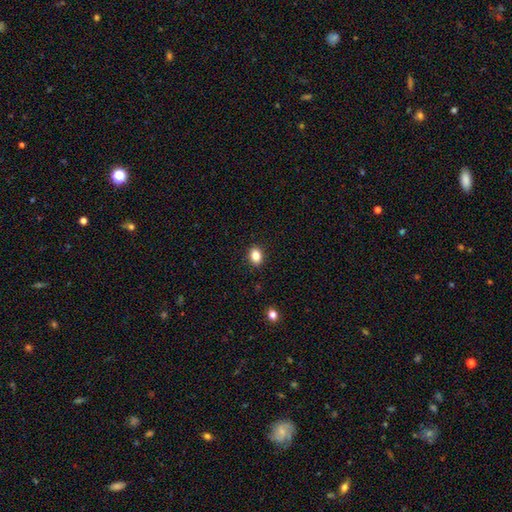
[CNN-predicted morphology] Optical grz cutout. It shows a smooth galaxy with no disk features (84%) that is in between round and cigar-shaped (59%). Merging: none (90%).